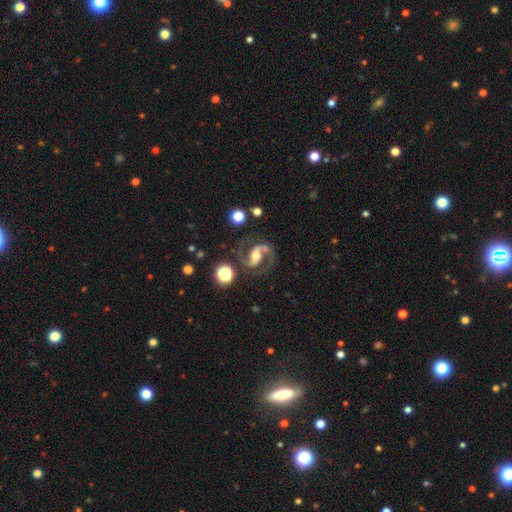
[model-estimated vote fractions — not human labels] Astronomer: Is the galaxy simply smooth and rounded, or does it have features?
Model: featured or disk — 88%.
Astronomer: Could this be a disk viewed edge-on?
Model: no — 97%.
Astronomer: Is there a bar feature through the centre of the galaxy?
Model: strong — 41% (runner-up: weak, 34%).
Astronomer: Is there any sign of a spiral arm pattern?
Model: yes — 97%.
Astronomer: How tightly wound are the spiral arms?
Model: medium — 63%.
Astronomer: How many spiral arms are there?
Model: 2 — 93%.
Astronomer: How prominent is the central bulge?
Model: moderate — 63%.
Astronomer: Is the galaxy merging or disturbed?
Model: none — 74%.